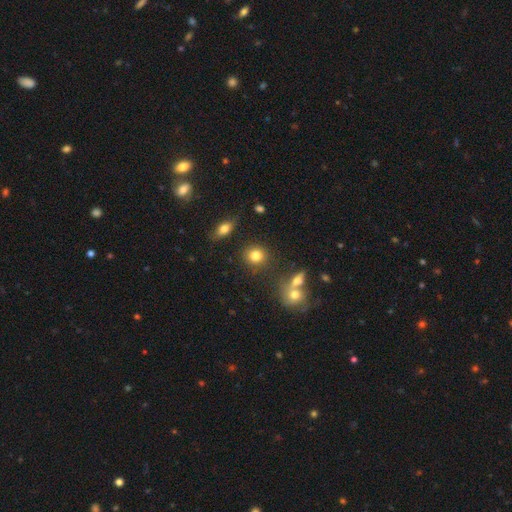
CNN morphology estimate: Smooth or featured: smooth — 81% (star or artifact — 12%)
How rounded: round — 82% (in between — 17%)
Merging: none — 81% (minor disturbance — 9%)